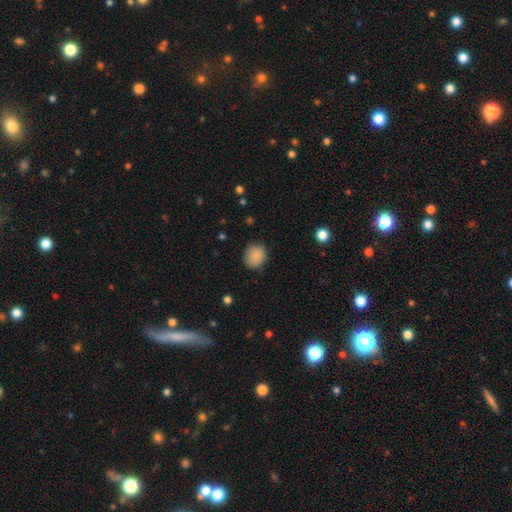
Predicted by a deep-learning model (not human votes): Overall: smooth (88%). How rounded: round (74%). Merging: none (81%).